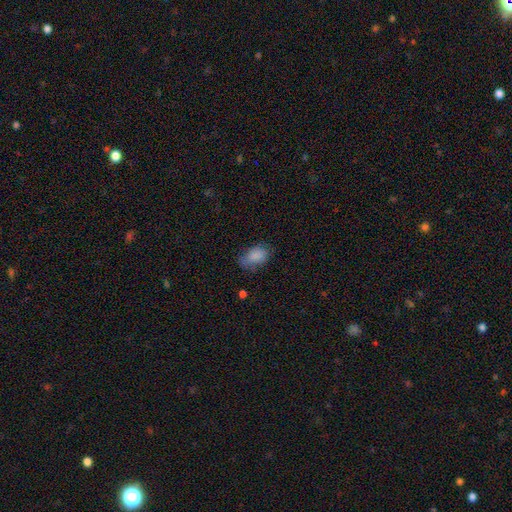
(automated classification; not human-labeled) Q: Smooth or featured?
A: smooth (84%); runner-up: star or artifact (9%)
Q: How rounded?
A: in between (87%); runner-up: round (11%)
Q: Merging?
A: none (55%); runner-up: minor disturbance (32%)